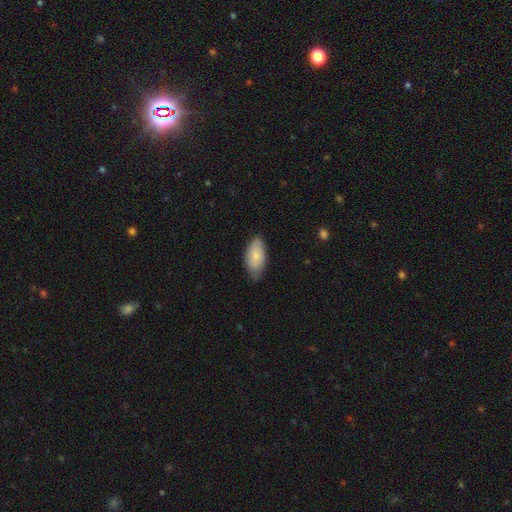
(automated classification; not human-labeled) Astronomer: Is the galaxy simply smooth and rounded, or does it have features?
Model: smooth — 76%.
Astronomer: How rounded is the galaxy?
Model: in between — 93%.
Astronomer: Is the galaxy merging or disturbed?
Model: none — 68%.